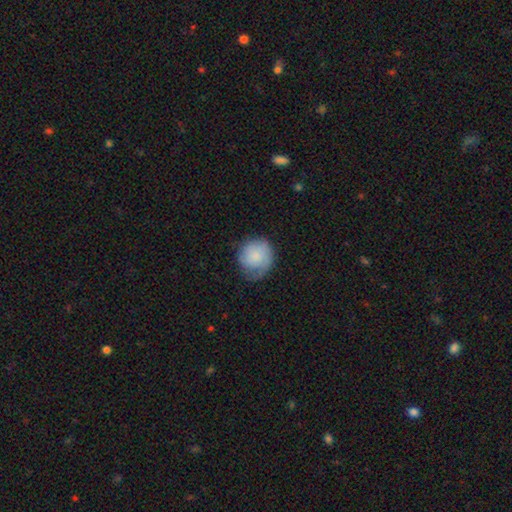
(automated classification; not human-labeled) Smooth or featured?
  - smooth: 74% *
  - featured or disk: 20%
  - star or artifact: 7%
How rounded?
  - round: 87% *
  - in between: 12%
  - cigar-shaped: 1%
Merging?
  - none: 54% *
  - minor disturbance: 32%
  - major disturbance: 12%
  - merger: 1%